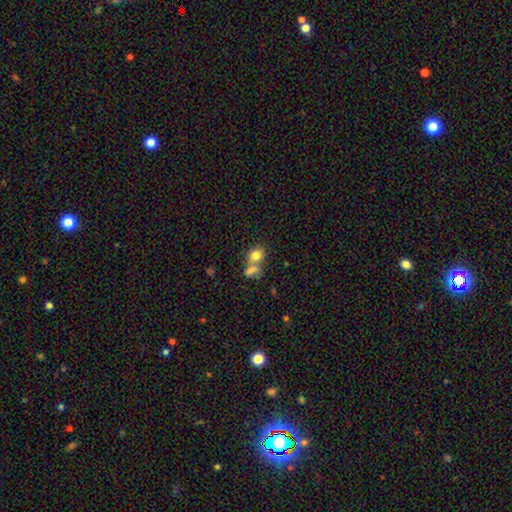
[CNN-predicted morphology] Q: Smooth or featured?
A: smooth (80%); runner-up: star or artifact (10%)
Q: How rounded?
A: round (55%); runner-up: in between (43%)
Q: Merging?
A: merger (46%); runner-up: none (40%)